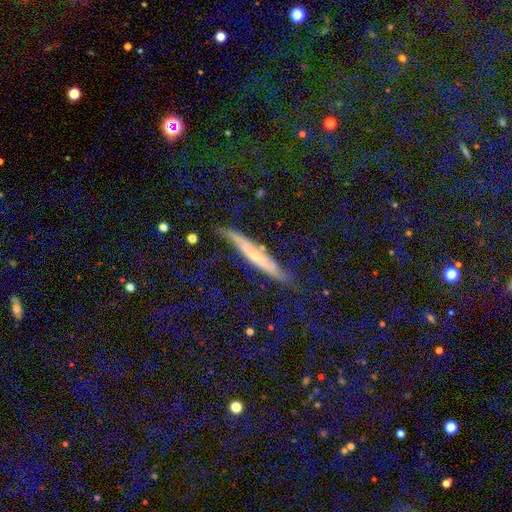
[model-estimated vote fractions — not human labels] This is possibly a featured or disk galaxy (48%). Merging: possibly none (58%).